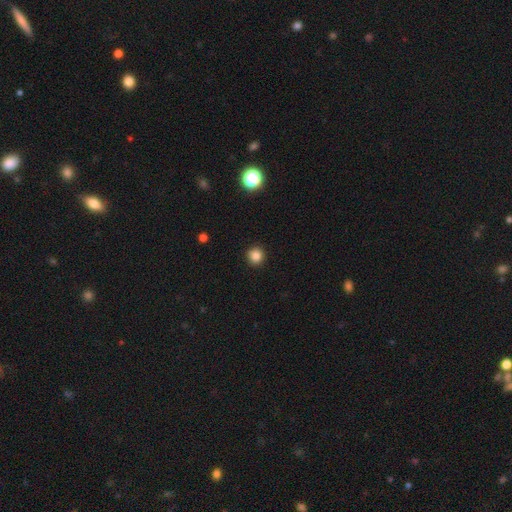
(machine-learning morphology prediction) smooth_or_featured: smooth (p=0.84) [alt: star or artifact p=0.12]
how_rounded: round (p=0.94) [alt: in between p=0.05]
merging: none (p=0.92) [alt: minor disturbance p=0.05]